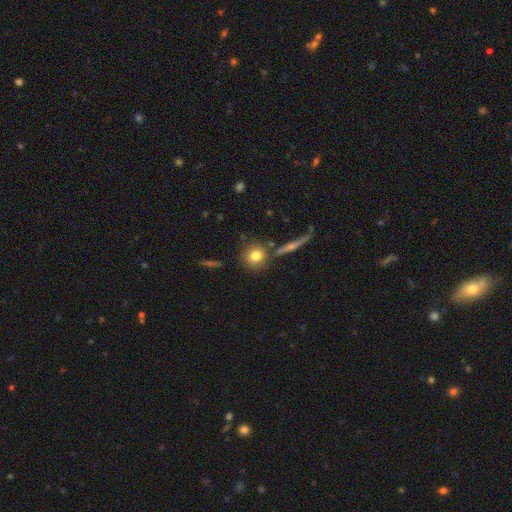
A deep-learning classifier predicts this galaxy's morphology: Overall: smooth (78%). How rounded: round (85%). Merging: none (78%).